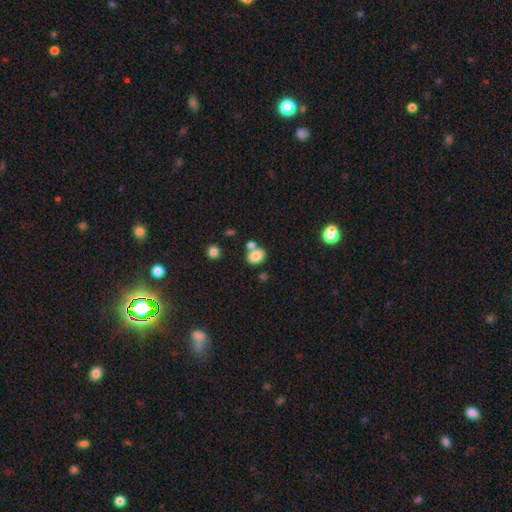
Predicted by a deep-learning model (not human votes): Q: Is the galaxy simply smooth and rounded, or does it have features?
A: smooth — 82%.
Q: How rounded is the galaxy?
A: in between — 70%.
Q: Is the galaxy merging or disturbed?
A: none — 57%.